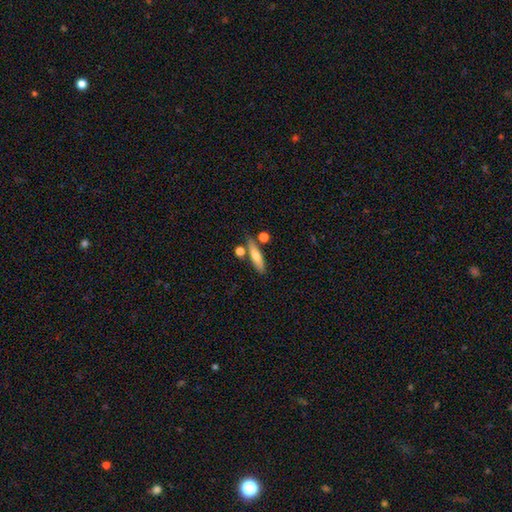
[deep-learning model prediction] smooth 68%, featured or disk 25%, star or artifact 7%. Down the decision tree: how rounded — cigar-shaped (73%); merging — none (71%).